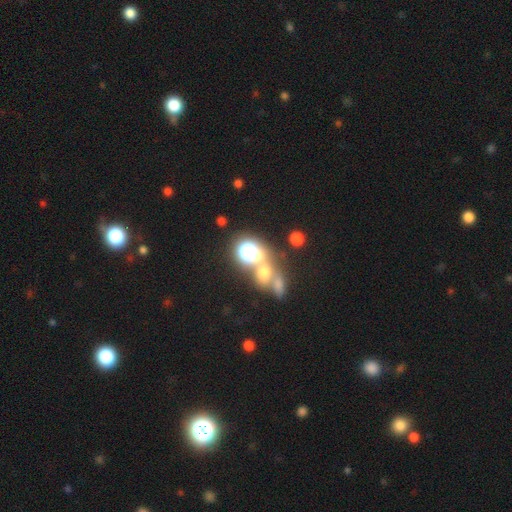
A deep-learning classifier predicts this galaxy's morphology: Smooth or featured? Predicted: smooth (p=0.47). Merging? Predicted: merger (p=0.45).